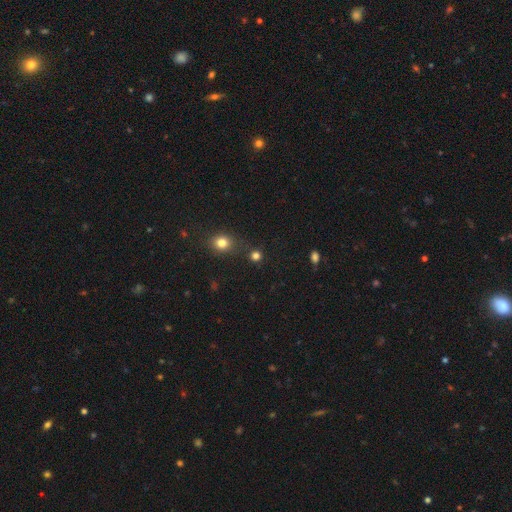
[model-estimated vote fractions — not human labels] Smooth or featured? Predicted: smooth (p=0.76). How rounded? Predicted: round (p=0.89). Merging? Predicted: none (p=0.78).